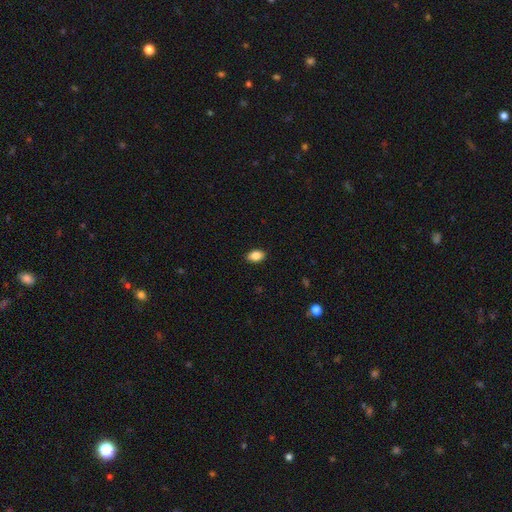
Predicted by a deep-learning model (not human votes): The model was most divided on "smooth or featured": smooth: 87%, star or artifact: 8%, featured or disk: 5%. More confident: merging — none (89%); how rounded — in between (89%).